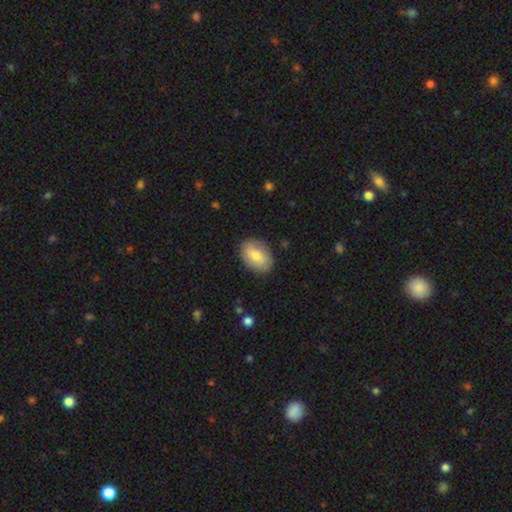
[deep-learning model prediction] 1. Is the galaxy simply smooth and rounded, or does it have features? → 76% smooth, 18% featured or disk, 6% star or artifact.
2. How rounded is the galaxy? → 82% in between, 17% round, 1% cigar-shaped.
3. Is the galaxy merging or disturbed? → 84% none, 12% minor disturbance, 3% major disturbance, 1% merger.